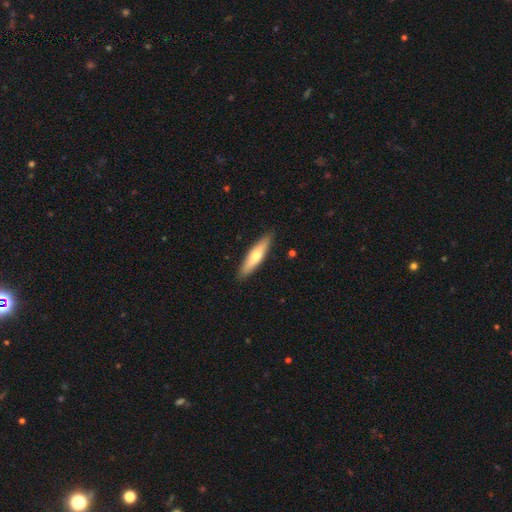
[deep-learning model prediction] smooth_or_featured: smooth (p=0.57) [alt: featured or disk p=0.38]
how_rounded: cigar-shaped (p=0.75) [alt: in between p=0.24]
merging: none (p=0.89) [alt: minor disturbance p=0.08]